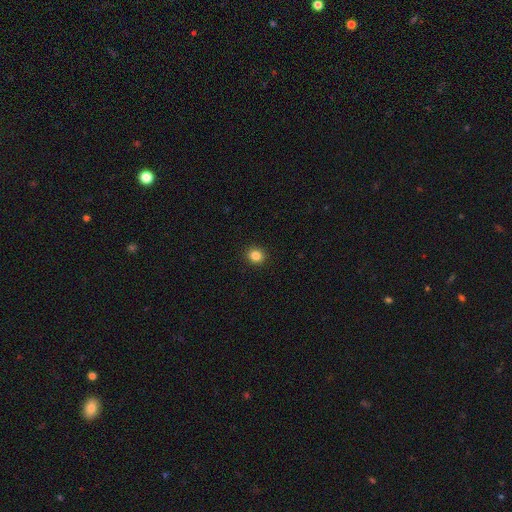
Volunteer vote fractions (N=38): Smooth or featured: smooth — 87% (star or artifact — 8%)
How rounded: round — 82% (in between — 18%)
Merging: none — 94% (minor disturbance — 6%)